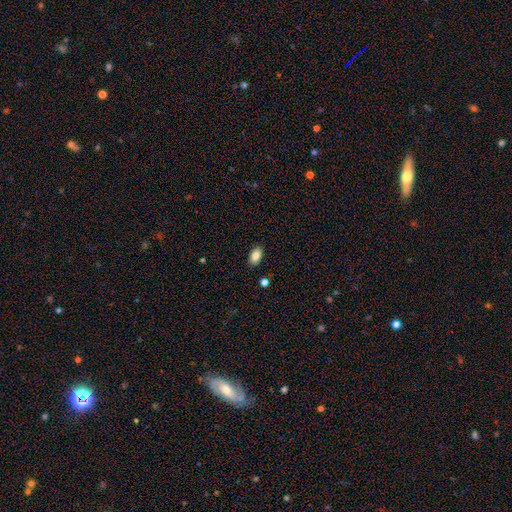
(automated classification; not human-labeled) smooth_or_featured: smooth (p=0.84) [alt: featured or disk p=0.08]
how_rounded: in between (p=0.92) [alt: round p=0.06]
merging: none (p=0.88) [alt: minor disturbance p=0.09]